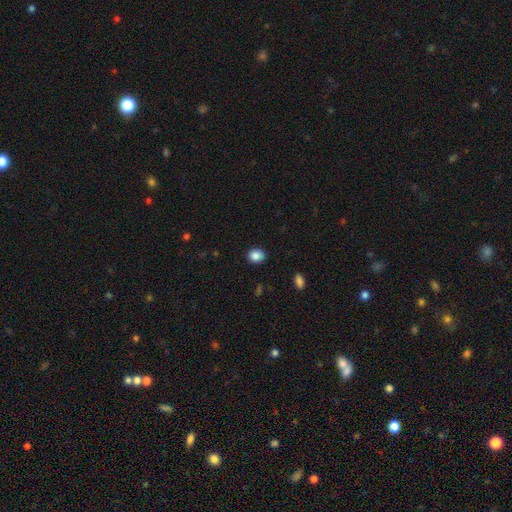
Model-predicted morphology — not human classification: Smooth or featured? Predicted: smooth (p=0.87). How rounded? Predicted: round (p=0.62). Merging? Predicted: none (p=0.89).